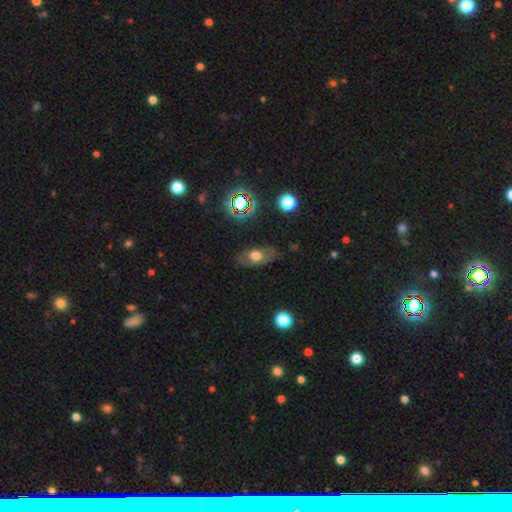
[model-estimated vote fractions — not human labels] smooth-or-featured: smooth: 55% | featured or disk: 32% | star or artifact: 13%
  how-rounded: in between: 81% | round: 14% | cigar-shaped: 5%
  merging: none: 76% | minor disturbance: 17% | major disturbance: 5% | merger: 2%